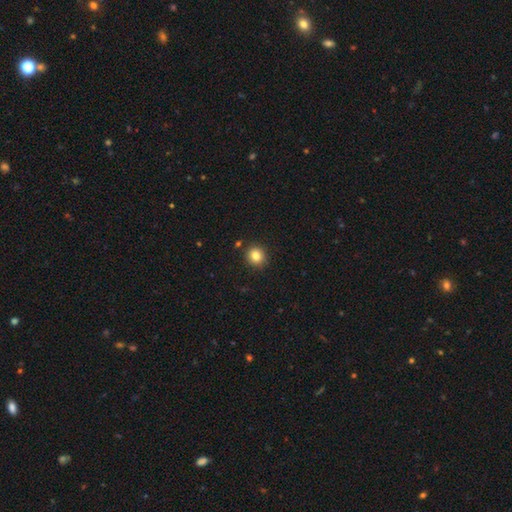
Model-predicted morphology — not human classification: Smooth or featured? Predicted: smooth (p=0.83). How rounded? Predicted: round (p=0.83). Merging? Predicted: none (p=0.88).